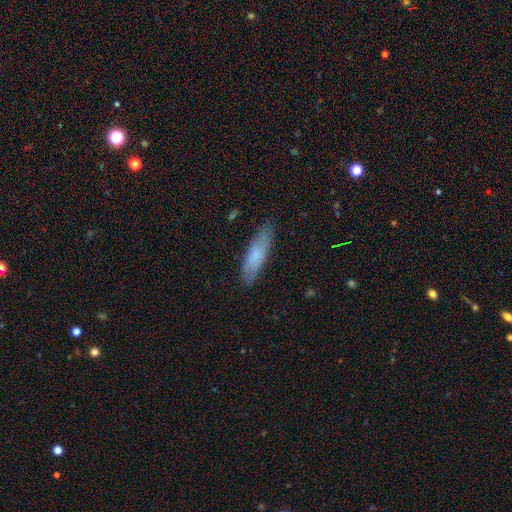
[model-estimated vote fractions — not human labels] A smooth galaxy with no disk features (74%) that is cigar-shaped (66%).

Vote fractions:
- Smooth or featured? smooth: 74% / featured or disk: 20% / star or artifact: 6%
- How rounded? cigar-shaped: 66% / in between: 32% / round: 2%
- Merging? none: 83% / minor disturbance: 13% / major disturbance: 3% / merger: 1%